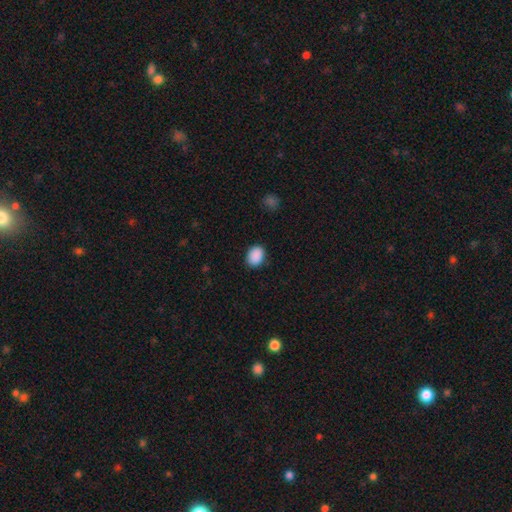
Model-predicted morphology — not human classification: smooth-or-featured: smooth: 90% | star or artifact: 8% | featured or disk: 2%
  how-rounded: in between: 64% | round: 35% | cigar-shaped: 1%
  merging: none: 87% | minor disturbance: 10% | major disturbance: 2% | merger: 1%